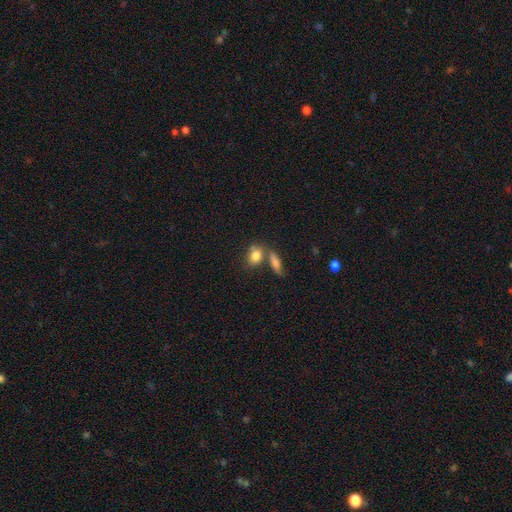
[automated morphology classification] Smooth or featured?
  - smooth: 80% *
  - featured or disk: 11%
  - star or artifact: 8%
How rounded?
  - in between: 68% *
  - round: 27%
  - cigar-shaped: 5%
Merging?
  - none: 48% *
  - merger: 33%
  - minor disturbance: 14%
  - major disturbance: 5%